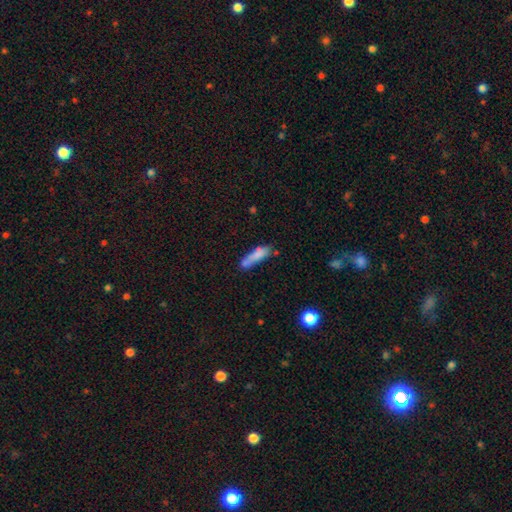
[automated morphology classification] Q: Smooth or featured?
A: smooth (73%); runner-up: featured or disk (18%)
Q: How rounded?
A: cigar-shaped (68%); runner-up: in between (29%)
Q: Merging?
A: none (42%); runner-up: minor disturbance (25%)